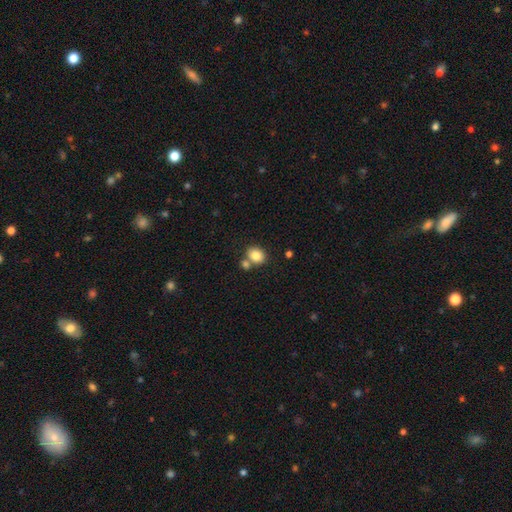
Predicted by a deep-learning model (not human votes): The model was most divided on "how rounded": round: 56%, in between: 43%, cigar-shaped: 1%. More confident: smooth or featured — smooth (83%); merging — none (60%).